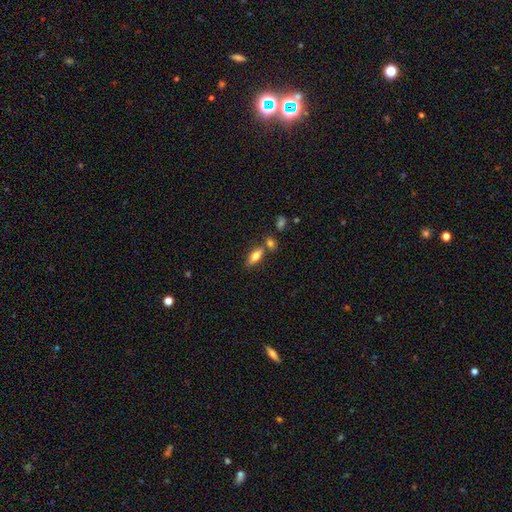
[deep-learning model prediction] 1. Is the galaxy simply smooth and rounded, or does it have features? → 73% smooth, 20% featured or disk, 7% star or artifact.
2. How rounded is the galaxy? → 76% in between, 21% cigar-shaped, 3% round.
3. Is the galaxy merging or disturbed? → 64% none, 19% merger, 13% minor disturbance, 4% major disturbance.